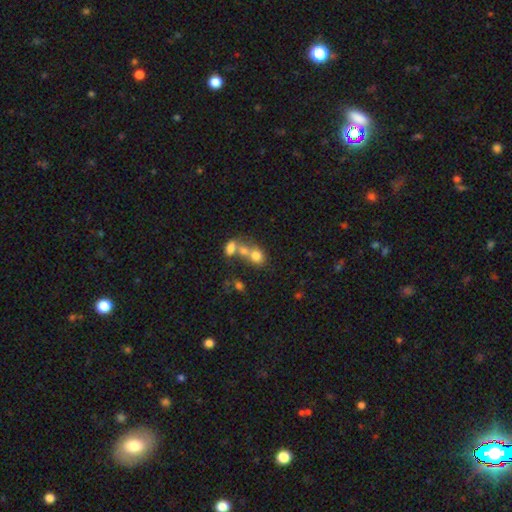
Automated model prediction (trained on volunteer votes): Q: Smooth or featured?
A: smooth (71%); runner-up: featured or disk (16%)
Q: How rounded?
A: round (54%); runner-up: in between (45%)
Q: Merging?
A: merger (57%); runner-up: none (29%)